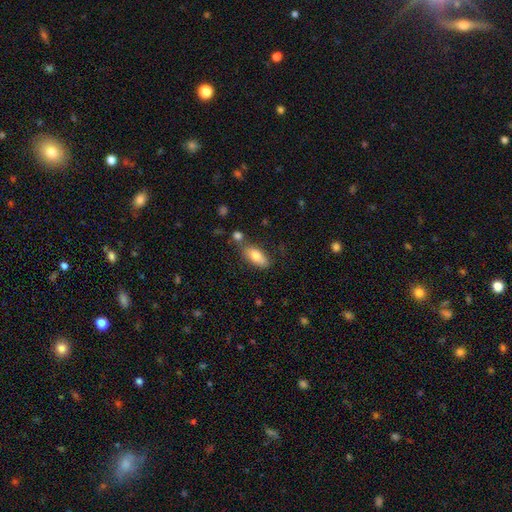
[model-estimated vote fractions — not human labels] The model was most divided on "merging": none: 68%, minor disturbance: 16%, merger: 12%, major disturbance: 4%. More confident: how rounded — in between (84%); smooth or featured — smooth (78%).